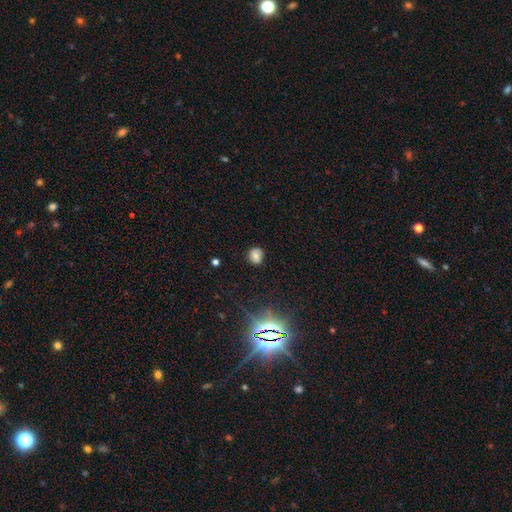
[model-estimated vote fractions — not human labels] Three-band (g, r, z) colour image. It shows a smooth galaxy with no disk features (67%) that is round (72%). Merging: none (83%).